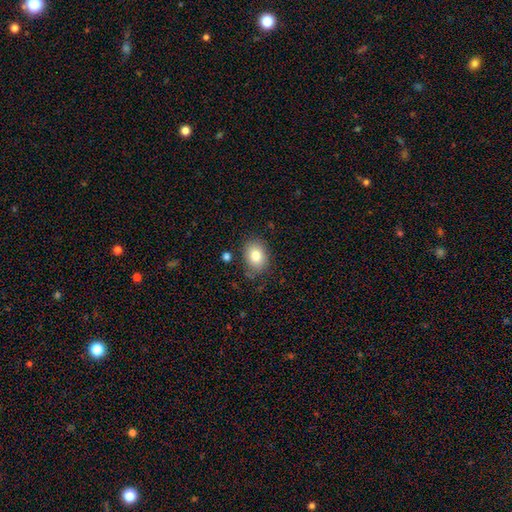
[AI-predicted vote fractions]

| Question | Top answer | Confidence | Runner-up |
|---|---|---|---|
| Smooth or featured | smooth | 82% | featured or disk (10%) |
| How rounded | in between | 68% | round (31%) |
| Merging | none | 79% | minor disturbance (14%) |